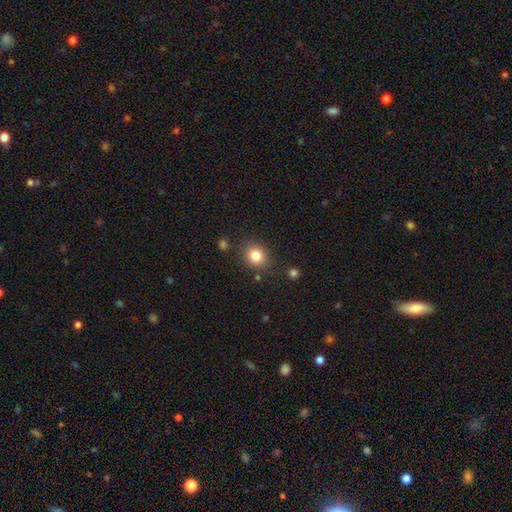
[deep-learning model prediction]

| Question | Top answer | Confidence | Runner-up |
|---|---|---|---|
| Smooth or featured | smooth | 82% | star or artifact (11%) |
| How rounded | round | 71% | in between (28%) |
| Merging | none | 82% | minor disturbance (11%) |